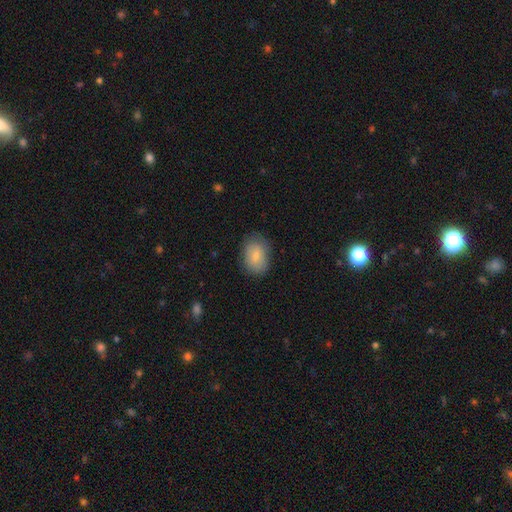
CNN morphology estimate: This appears to be a smooth galaxy with no disk features (80%) that is in between round and cigar-shaped (82%). Merging: none (76%).